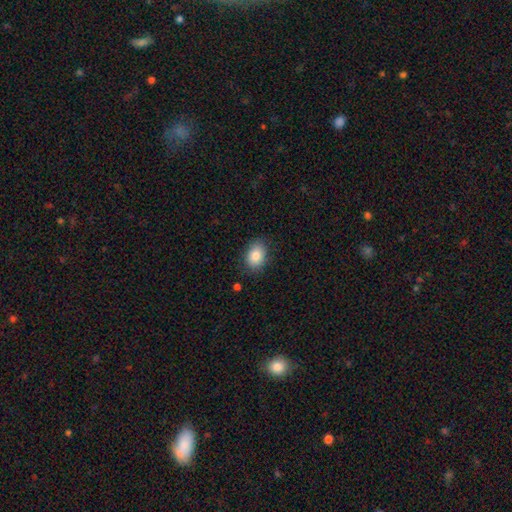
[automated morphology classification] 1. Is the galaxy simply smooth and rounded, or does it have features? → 85% smooth, 8% star or artifact, 7% featured or disk.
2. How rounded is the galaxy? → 74% in between, 25% round, 1% cigar-shaped.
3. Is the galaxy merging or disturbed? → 84% none, 12% minor disturbance, 3% major disturbance, 1% merger.